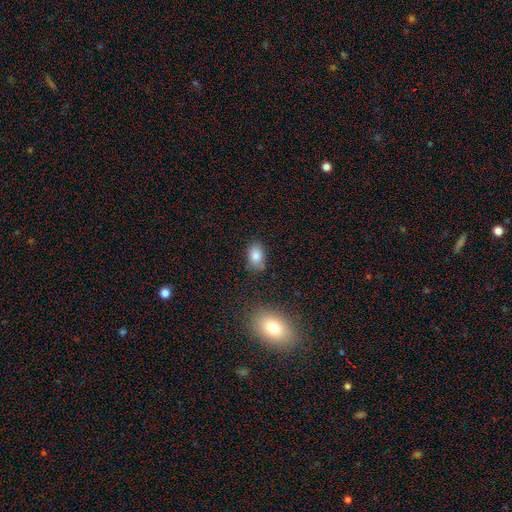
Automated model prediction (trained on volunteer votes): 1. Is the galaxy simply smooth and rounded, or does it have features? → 83% smooth, 10% star or artifact, 7% featured or disk.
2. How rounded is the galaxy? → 86% in between, 13% round, 2% cigar-shaped.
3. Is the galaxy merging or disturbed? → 77% none, 16% minor disturbance, 4% major disturbance, 3% merger.